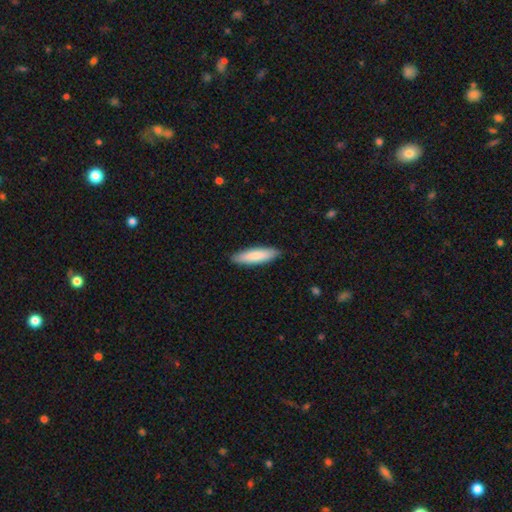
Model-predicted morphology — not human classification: Smooth or featured? smooth (84%)
How rounded? cigar-shaped (68%)
Merging? none (89%)